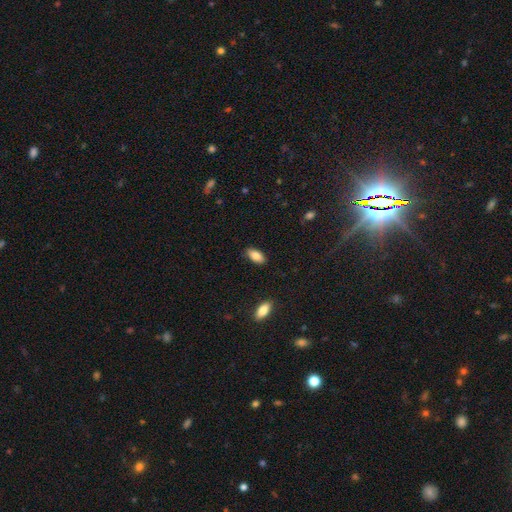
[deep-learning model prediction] A smooth galaxy with no disk features (86%) that is in between round and cigar-shaped (90%).

Vote fractions:
- Smooth or featured? smooth: 86% / featured or disk: 8% / star or artifact: 7%
- How rounded? in between: 90% / cigar-shaped: 7% / round: 2%
- Merging? none: 86% / minor disturbance: 11% / major disturbance: 2% / merger: 1%